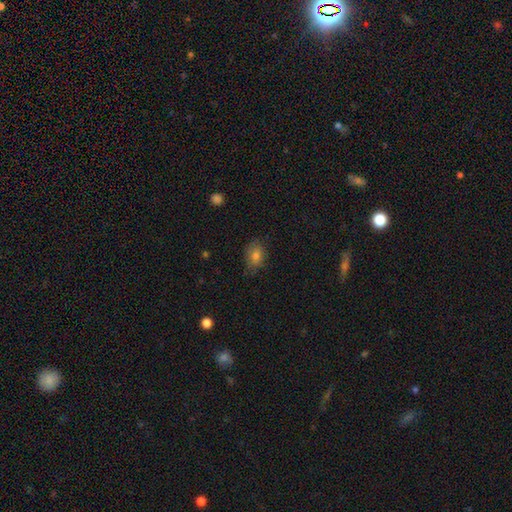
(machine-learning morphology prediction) smooth 76%, star or artifact 13%, featured or disk 12%. Down the decision tree: how rounded — in between (73%); merging — none (74%).